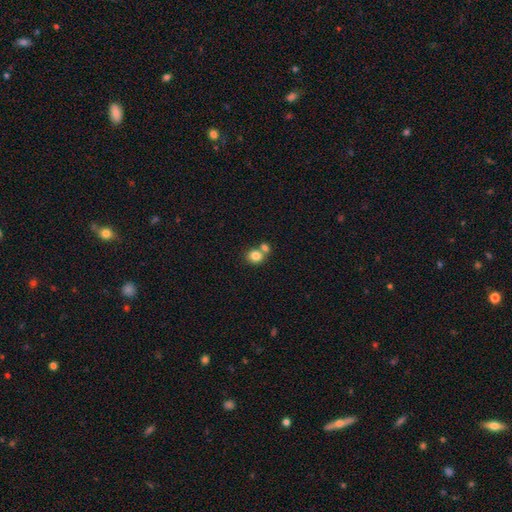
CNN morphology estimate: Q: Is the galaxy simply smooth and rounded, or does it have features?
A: smooth — 82%.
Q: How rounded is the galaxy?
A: round — 74%.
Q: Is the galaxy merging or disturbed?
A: none — 47%.